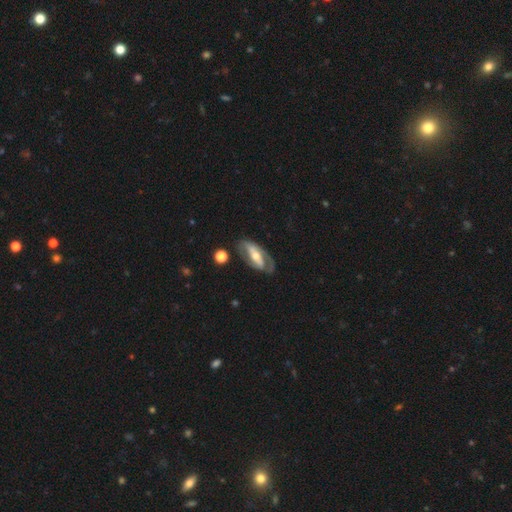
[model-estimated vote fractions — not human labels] Smooth or featured? featured or disk (77%)
Edge-on disk? no (90%)
Bar? strong (51%)
Spiral arms? yes (74%)
Spiral winding? medium (41%)
Spiral arm count? 2 (74%)
Bulge size? moderate (63%)
Merging? none (71%)